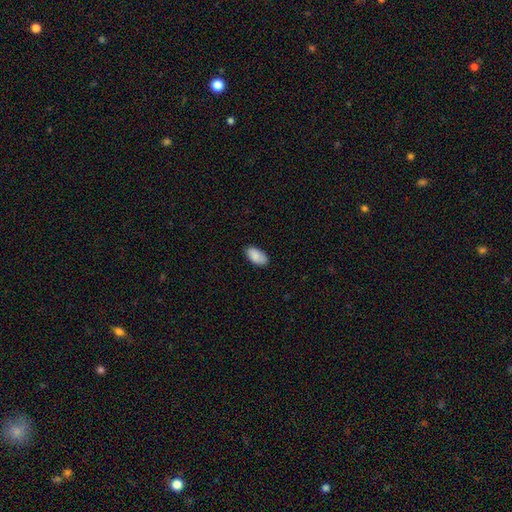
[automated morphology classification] This appears to be a smooth galaxy with no disk features (87%) that is in between round and cigar-shaped (95%). Merging: none (84%).